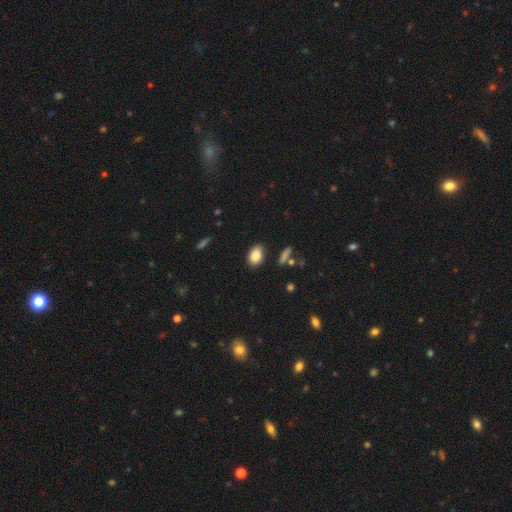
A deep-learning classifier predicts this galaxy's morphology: A smooth galaxy with no disk features (86%) that is in between round and cigar-shaped (82%). Merging: none (78%).